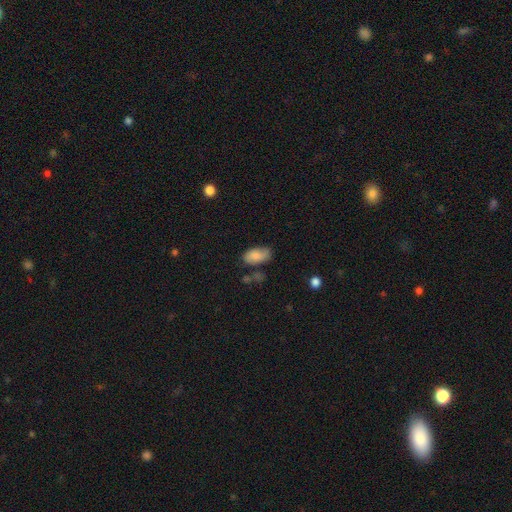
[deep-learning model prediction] Smooth or featured? Predicted: smooth (p=0.80). How rounded? Predicted: in between (p=0.94). Merging? Predicted: none (p=0.62).